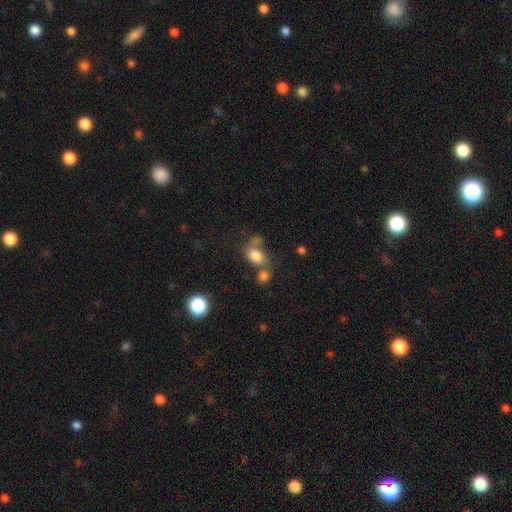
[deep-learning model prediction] This appears to be a smooth galaxy with no disk features (79%) that is in between round and cigar-shaped (79%). Merging: none (45%).